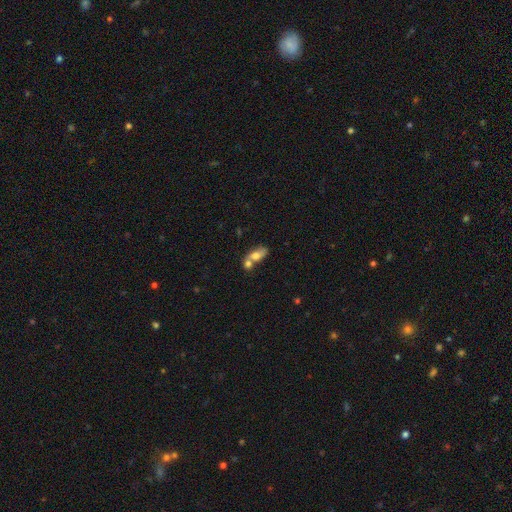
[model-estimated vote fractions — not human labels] Overall: smooth (66%; featured or disk 26%). How rounded: in between (78%). Merging: merger (57%; none 28%).